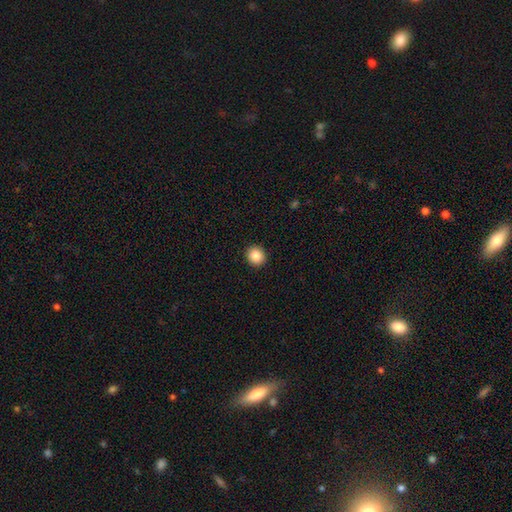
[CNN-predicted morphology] smooth_or_featured: smooth (p=0.86) [alt: star or artifact p=0.09]
how_rounded: round (p=0.87) [alt: in between p=0.12]
merging: none (p=0.92) [alt: minor disturbance p=0.05]